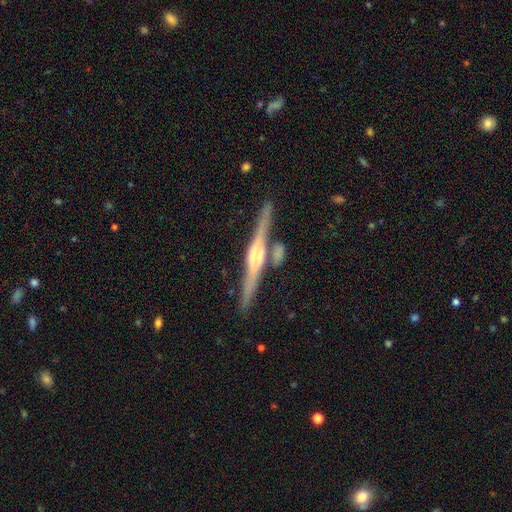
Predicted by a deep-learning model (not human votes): Smooth or featured? Predicted: featured or disk (p=0.85). Edge-on disk? Predicted: yes (p=0.98). Edge-on bulge? Predicted: rounded (p=0.70). Merging? Predicted: none (p=0.80).